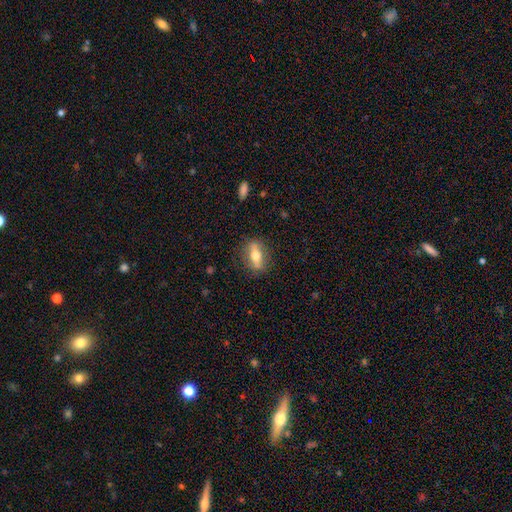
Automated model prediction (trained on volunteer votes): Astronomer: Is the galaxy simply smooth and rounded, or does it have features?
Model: smooth — 47% (runner-up: featured or disk, 45%).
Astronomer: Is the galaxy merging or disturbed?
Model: none — 83%.